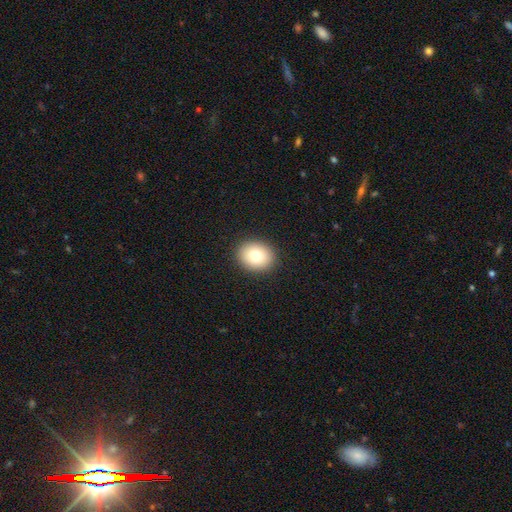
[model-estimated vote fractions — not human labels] This appears to be a smooth galaxy with no disk features (78%) that is round (58%). Merging: none (91%).